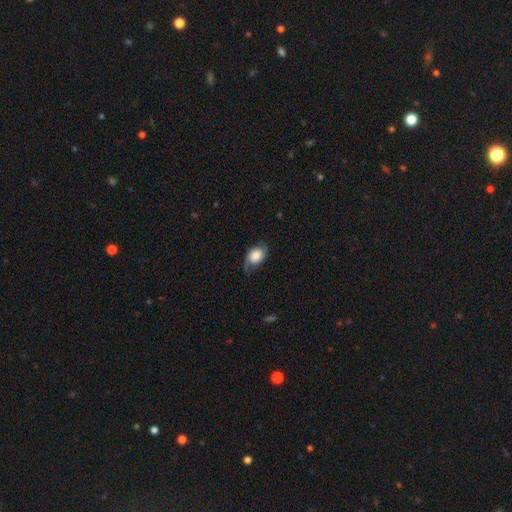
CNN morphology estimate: A smooth galaxy with no disk features (56%) that is in between round and cigar-shaped (79%). Merging: none (60%).